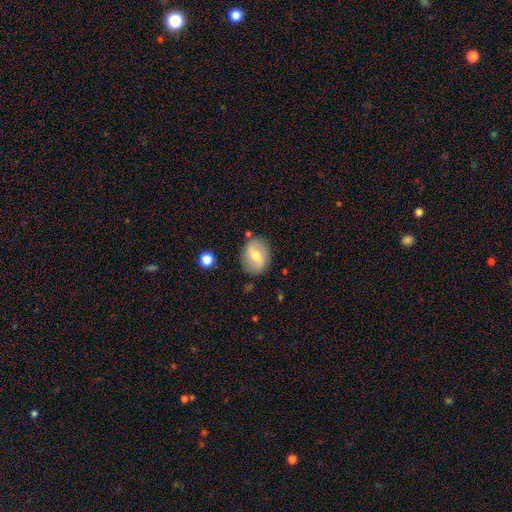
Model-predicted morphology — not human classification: smooth_or_featured: smooth (p=0.54) [alt: featured or disk p=0.39]
how_rounded: in between (p=0.56) [alt: round p=0.43]
merging: none (p=0.81) [alt: minor disturbance p=0.13]